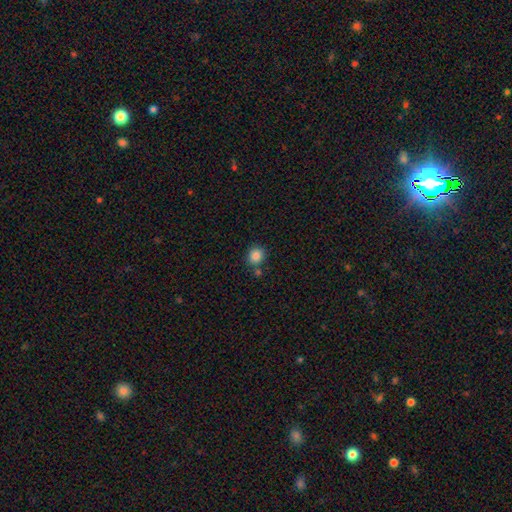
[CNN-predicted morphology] smooth_or_featured: smooth (p=0.85) [alt: star or artifact p=0.10]
how_rounded: round (p=0.81) [alt: in between p=0.18]
merging: none (p=0.72) [alt: merger p=0.14]